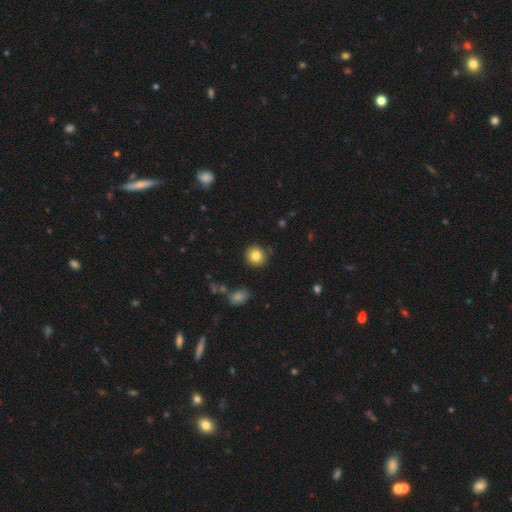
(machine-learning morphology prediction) type=smooth (83%); roundness=round (91%); merging=none (87%).